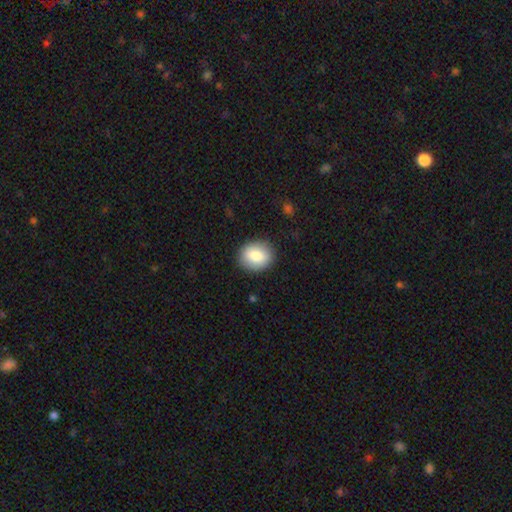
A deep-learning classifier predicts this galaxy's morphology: smooth 83%, featured or disk 10%, star or artifact 7%. Down the decision tree: how rounded — round (60%); merging — none (88%).